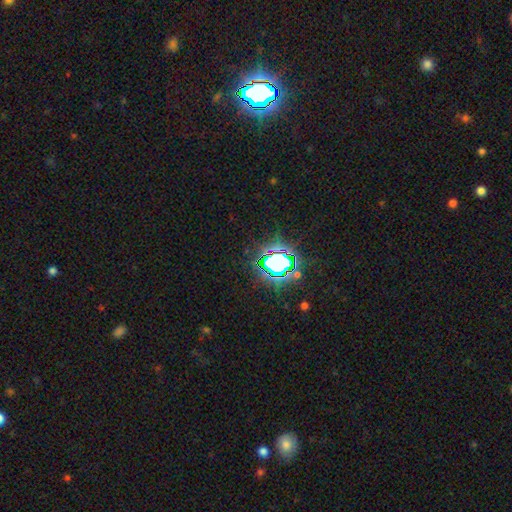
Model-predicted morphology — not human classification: This is clearly a star or artifact rather than a galaxy (81%).